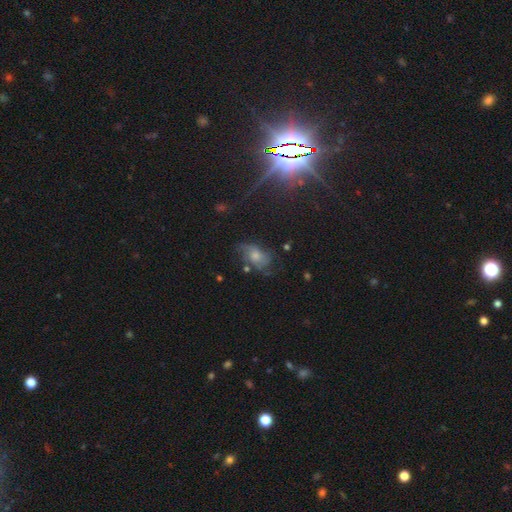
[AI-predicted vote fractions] Overall: featured or disk (48%; smooth 37%). Merging: none (46%; minor disturbance 26%).